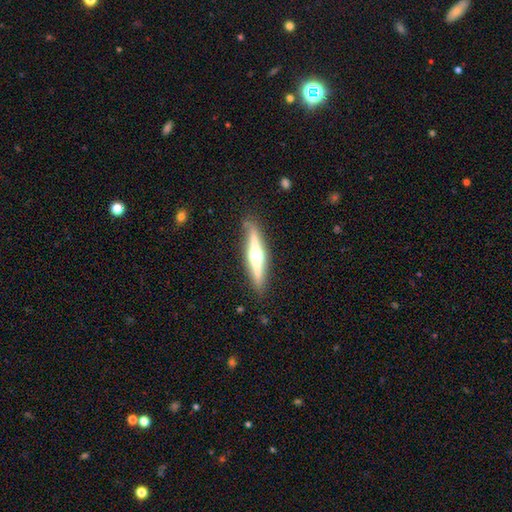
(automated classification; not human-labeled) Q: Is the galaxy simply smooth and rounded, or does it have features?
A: featured or disk — 77%.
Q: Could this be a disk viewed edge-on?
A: yes — 97%.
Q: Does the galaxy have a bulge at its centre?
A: rounded — 94%.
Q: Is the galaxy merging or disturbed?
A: none — 87%.